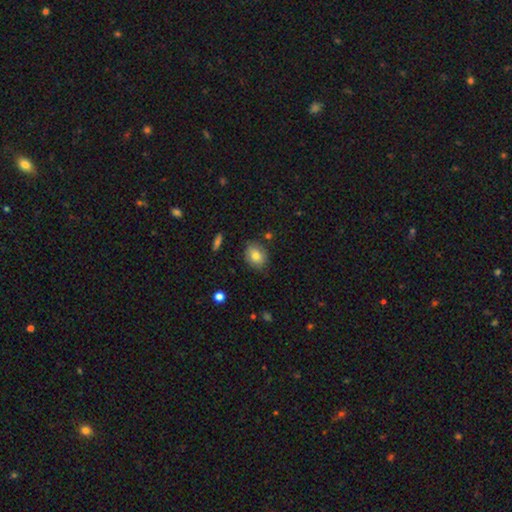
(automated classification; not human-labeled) This appears to be a smooth galaxy with no disk features (79%) that is in between round and cigar-shaped (57%). Merging: none (82%).